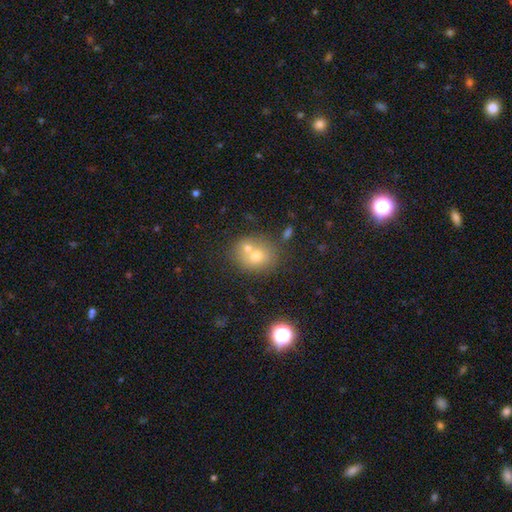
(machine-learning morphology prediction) This appears to be a smooth galaxy with no disk features (66%) that is round (71%). Merging: none (45%).